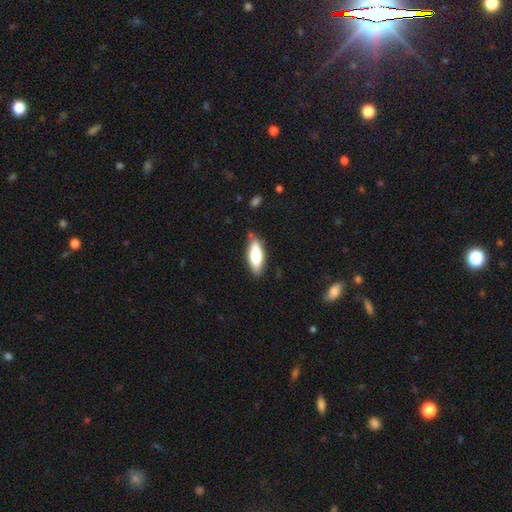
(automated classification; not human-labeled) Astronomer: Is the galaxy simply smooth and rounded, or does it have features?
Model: smooth — 71%.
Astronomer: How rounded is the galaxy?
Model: in between — 63%.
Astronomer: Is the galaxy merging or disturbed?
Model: none — 80%.